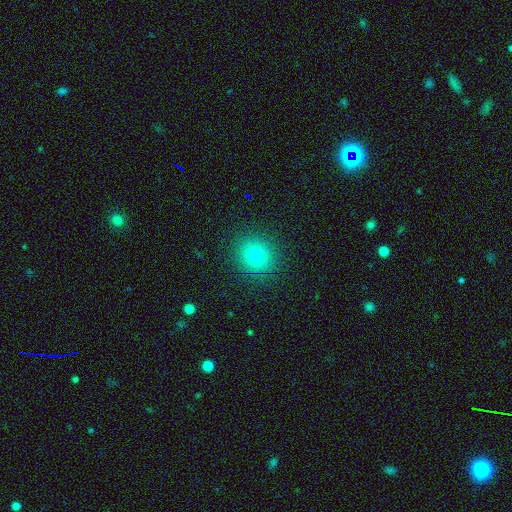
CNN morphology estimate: This is likely a smooth galaxy (76%). How rounded: clearly round (83%). Merging: clearly none (89%).